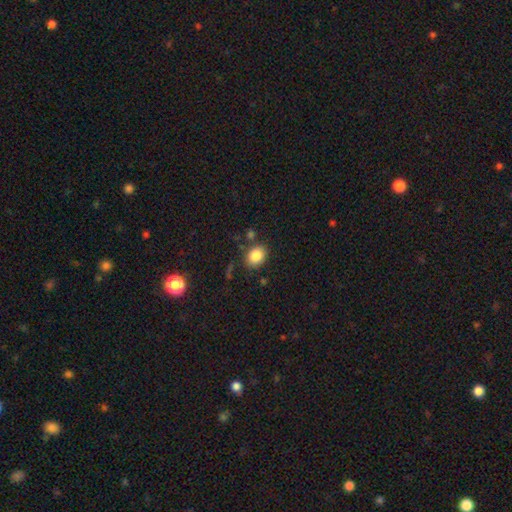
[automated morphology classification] Q: Smooth or featured?
A: smooth (85%); runner-up: star or artifact (9%)
Q: How rounded?
A: in between (56%); runner-up: round (43%)
Q: Merging?
A: none (78%); runner-up: minor disturbance (12%)